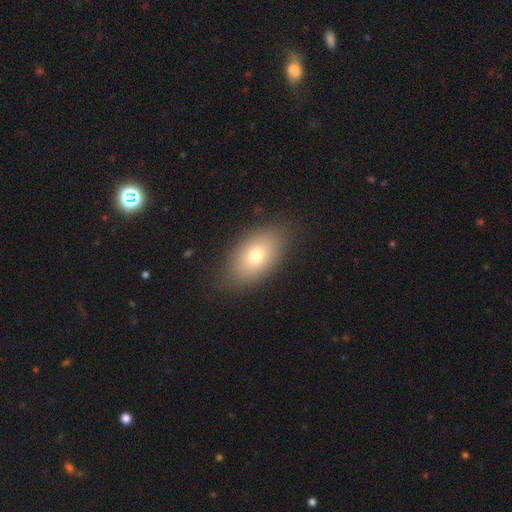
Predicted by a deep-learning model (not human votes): A smooth galaxy with no disk features (76%) that is in between round and cigar-shaped (91%). Merging: none (85%).